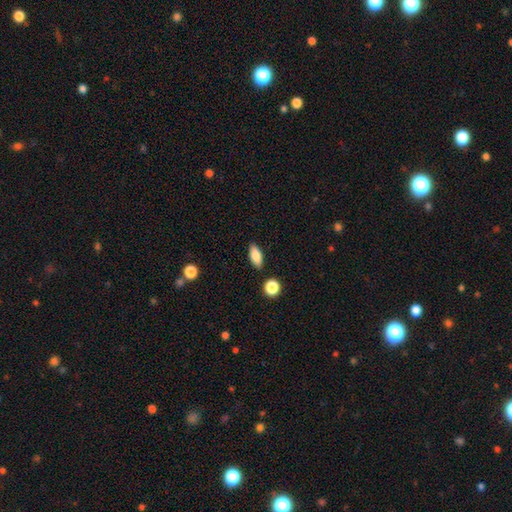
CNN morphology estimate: type=smooth (83%); roundness=in between (81%); merging=none (87%).